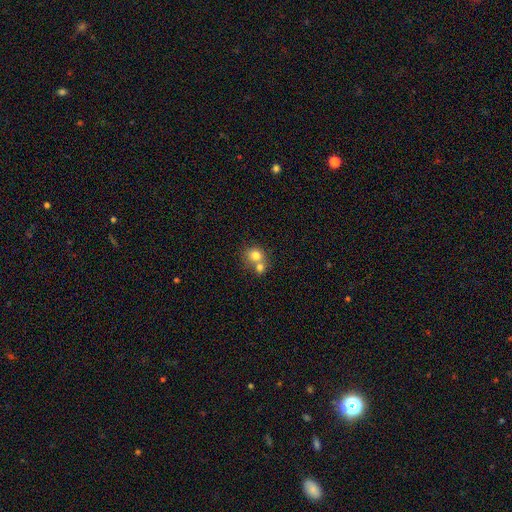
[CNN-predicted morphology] type=smooth (75%); roundness=round (78%); merging=merger (57%).